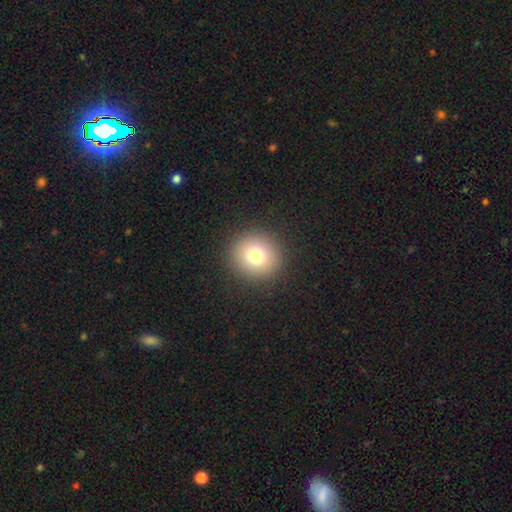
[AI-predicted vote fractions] Smooth or featured? smooth (77%)
How rounded? round (91%)
Merging? none (91%)